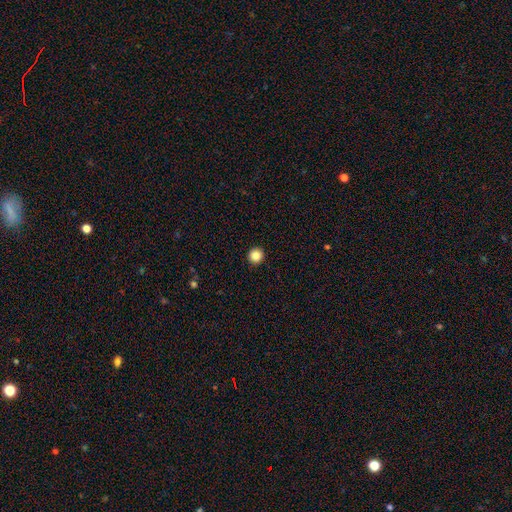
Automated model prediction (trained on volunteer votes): smooth_or_featured: smooth (p=0.86) [alt: star or artifact p=0.10]
how_rounded: round (p=0.94) [alt: in between p=0.05]
merging: none (p=0.93) [alt: minor disturbance p=0.04]